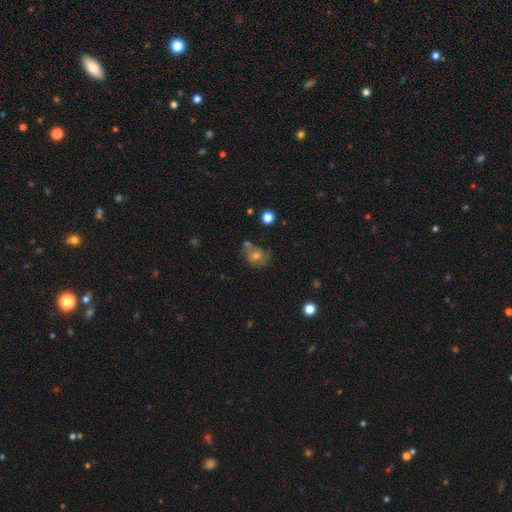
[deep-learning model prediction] The model was most divided on "how rounded": round: 51%, in between: 48%, cigar-shaped: 1%. Remaining: smooth or featured — smooth (51%); merging — none (46%).